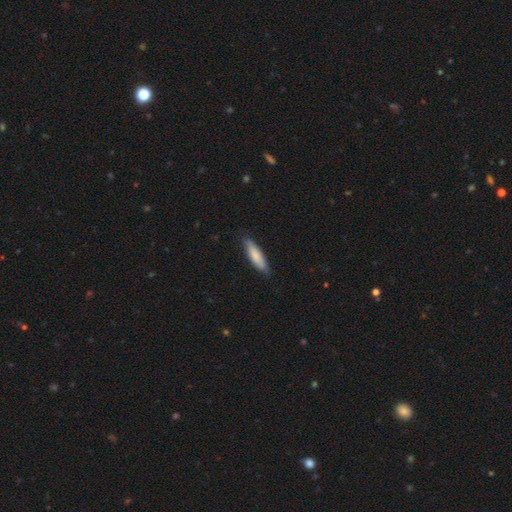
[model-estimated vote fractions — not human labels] Smooth or featured: smooth — 80% (featured or disk — 15%)
How rounded: cigar-shaped — 69% (in between — 29%)
Merging: none — 83% (minor disturbance — 14%)